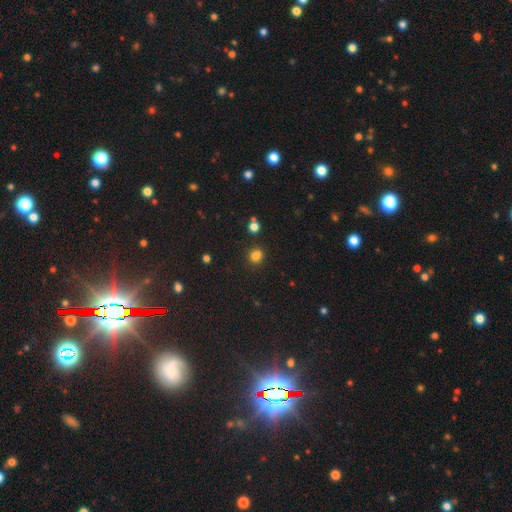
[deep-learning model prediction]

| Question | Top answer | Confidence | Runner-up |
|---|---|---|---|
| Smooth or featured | smooth | 78% | star or artifact (17%) |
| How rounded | round | 76% | in between (23%) |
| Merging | none | 77% | minor disturbance (11%) |